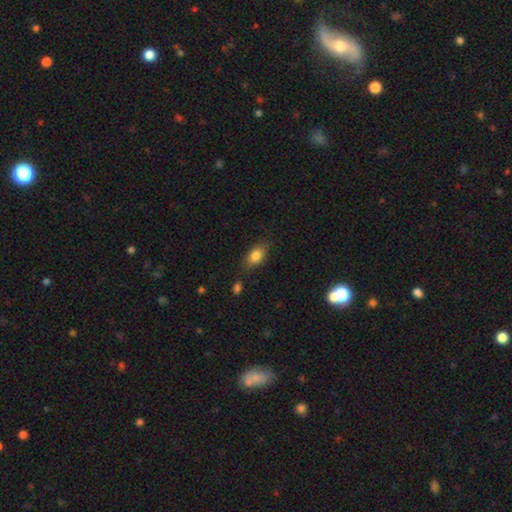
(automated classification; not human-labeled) This is clearly a smooth galaxy (81%). How rounded: clearly in between (80%). Merging: likely none (75%).